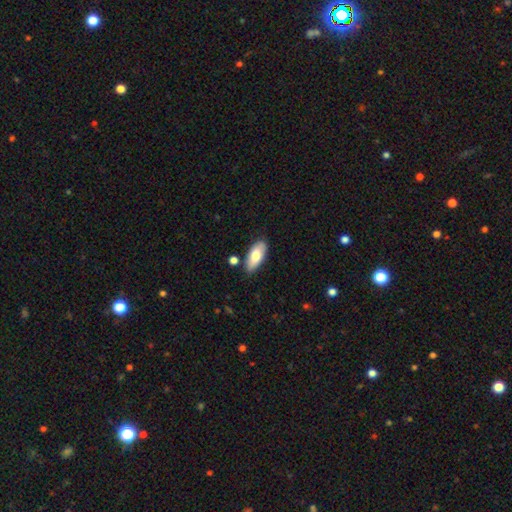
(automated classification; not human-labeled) This is likely a smooth galaxy (76%). How rounded: clearly in between (87%). Merging: likely none (78%).